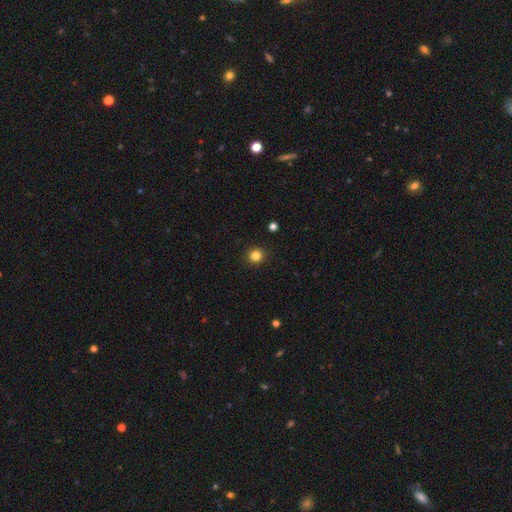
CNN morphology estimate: This is clearly a smooth galaxy (83%). How rounded: clearly round (92%). Merging: clearly none (92%).